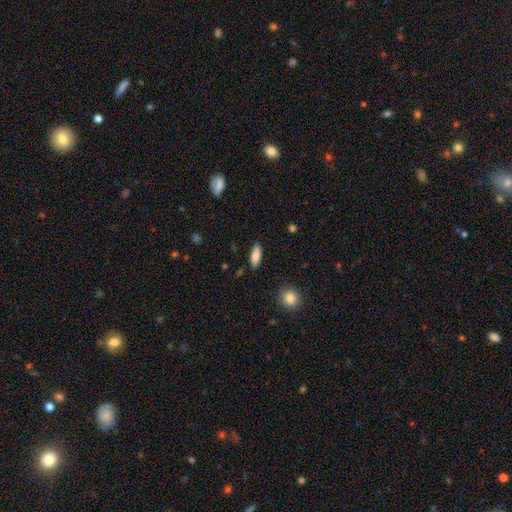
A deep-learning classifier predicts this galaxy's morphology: This is clearly a smooth galaxy (85%). How rounded: likely in between (71%). Merging: clearly none (88%).